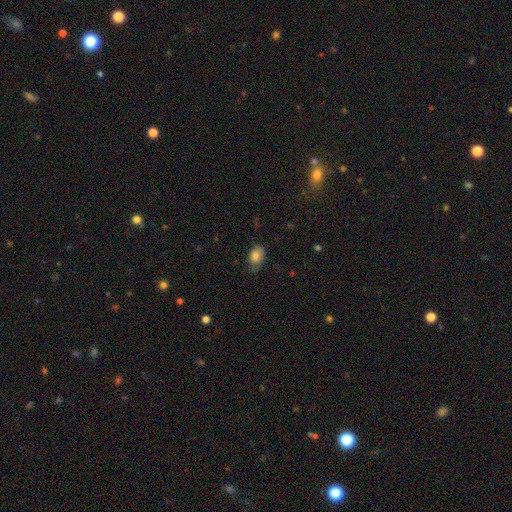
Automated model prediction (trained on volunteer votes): This appears to be a smooth galaxy with no disk features (79%) that is in between round and cigar-shaped (82%). Merging: none (54%).